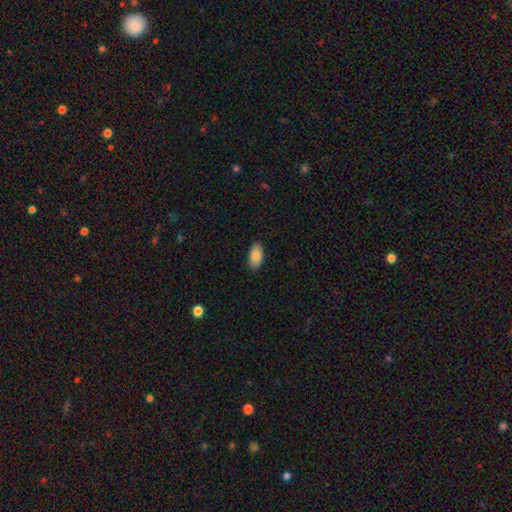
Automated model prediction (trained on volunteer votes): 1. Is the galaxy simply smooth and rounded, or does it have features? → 84% smooth, 9% featured or disk, 6% star or artifact.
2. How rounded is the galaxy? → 94% in between, 3% cigar-shaped, 3% round.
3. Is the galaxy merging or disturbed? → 87% none, 10% minor disturbance, 2% major disturbance, 1% merger.